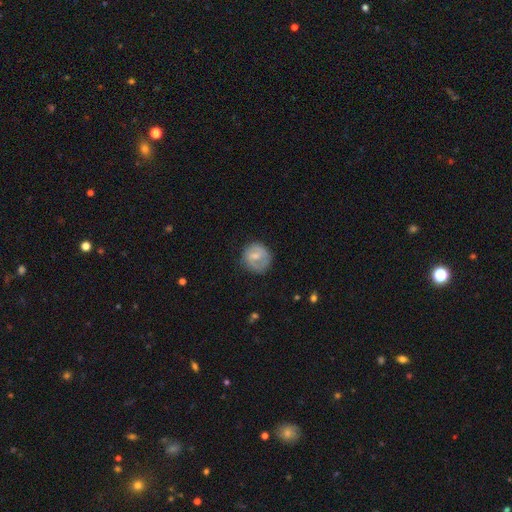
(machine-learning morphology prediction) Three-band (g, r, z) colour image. It shows a smooth galaxy with no disk features (51%) that is round (85%). Merging: none (73%).